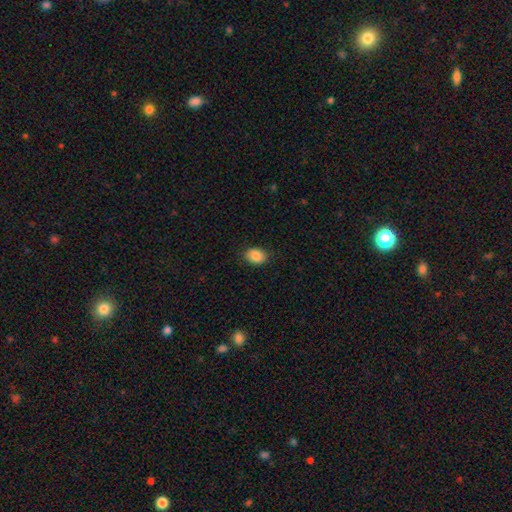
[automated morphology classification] Q: Smooth or featured?
A: smooth (85%); runner-up: star or artifact (8%)
Q: How rounded?
A: in between (69%); runner-up: round (30%)
Q: Merging?
A: none (86%); runner-up: minor disturbance (10%)